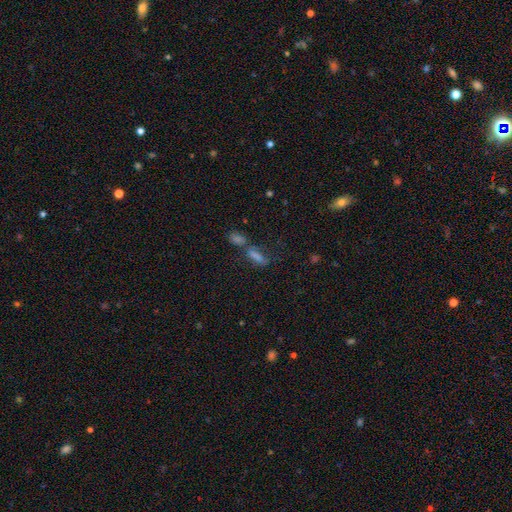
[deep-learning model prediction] Overall: smooth (50%; star or artifact 28%). Merging: none (40%; merger 39%).